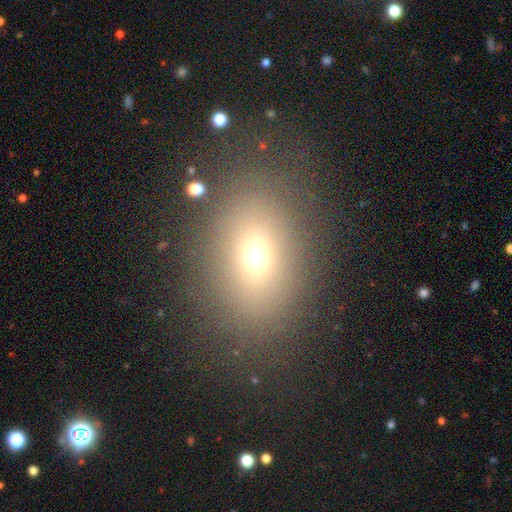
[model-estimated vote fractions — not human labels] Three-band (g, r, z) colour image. It shows a smooth galaxy with no disk features (66%) that is in between round and cigar-shaped (67%). Merging: none (82%).